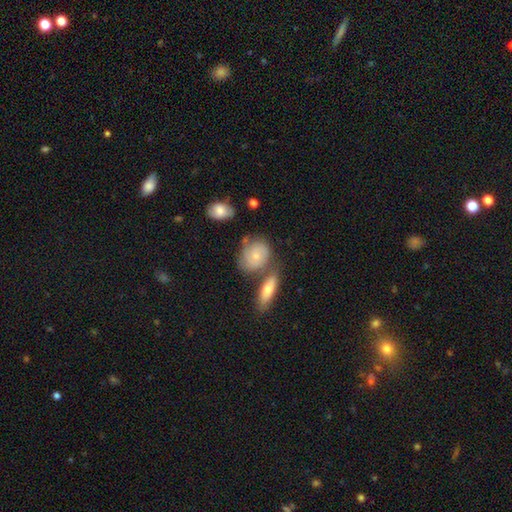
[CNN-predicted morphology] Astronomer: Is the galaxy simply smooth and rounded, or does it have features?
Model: smooth — 55% (runner-up: featured or disk, 38%).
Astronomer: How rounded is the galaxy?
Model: round — 49%, tied with in between at 49%.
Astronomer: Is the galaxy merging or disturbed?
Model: none — 52%.